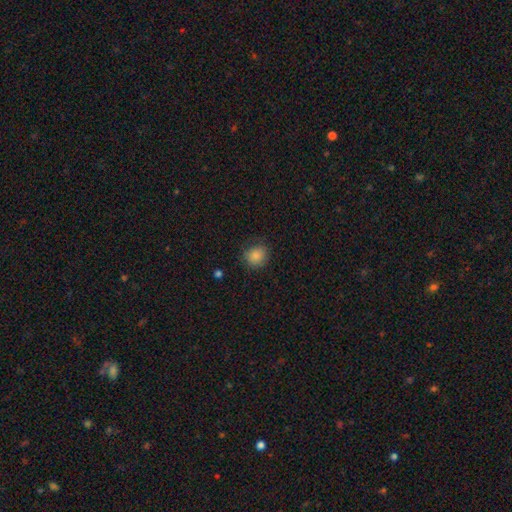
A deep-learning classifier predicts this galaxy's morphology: A smooth galaxy with no disk features (85%) that is round (81%).

Vote fractions:
- Smooth or featured? smooth: 85% / star or artifact: 10% / featured or disk: 5%
- How rounded? round: 81% / in between: 19% / cigar-shaped: 1%
- Merging? none: 79% / minor disturbance: 16% / major disturbance: 5% / merger: 1%